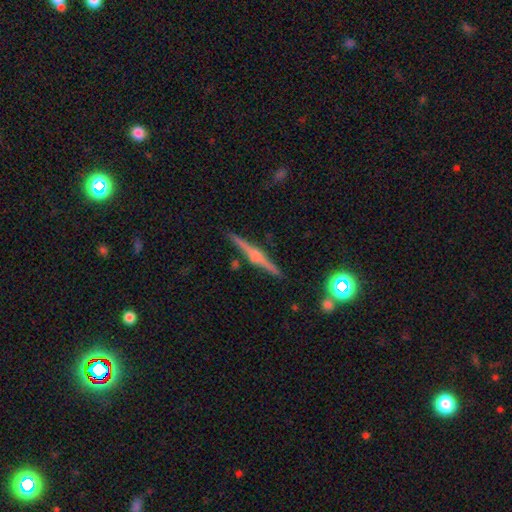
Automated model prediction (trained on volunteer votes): Smooth or featured?
  - featured or disk: 79% *
  - smooth: 14%
  - star or artifact: 7%
Edge-on disk?
  - yes: 98% *
  - no: 2%
Edge-on bulge?
  - rounded: 81% *
  - boxy: 13%
  - none: 6%
Merging?
  - none: 90% *
  - minor disturbance: 6%
  - merger: 2%
  - major disturbance: 1%